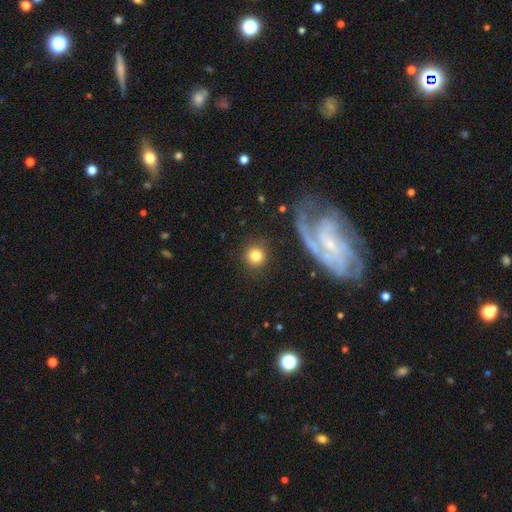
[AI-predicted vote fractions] smooth 79%, featured or disk 11%, star or artifact 9%. Down the decision tree: how rounded — round (94%); merging — none (88%).